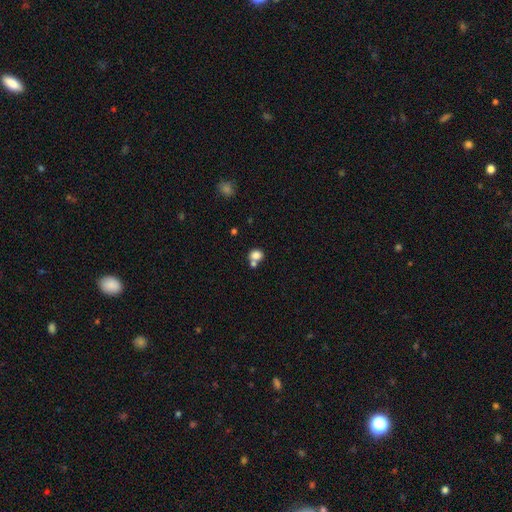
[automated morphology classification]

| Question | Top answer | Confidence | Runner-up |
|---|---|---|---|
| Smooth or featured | smooth | 81% | star or artifact (11%) |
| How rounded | round | 68% | in between (31%) |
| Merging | none | 47% | merger (40%) |